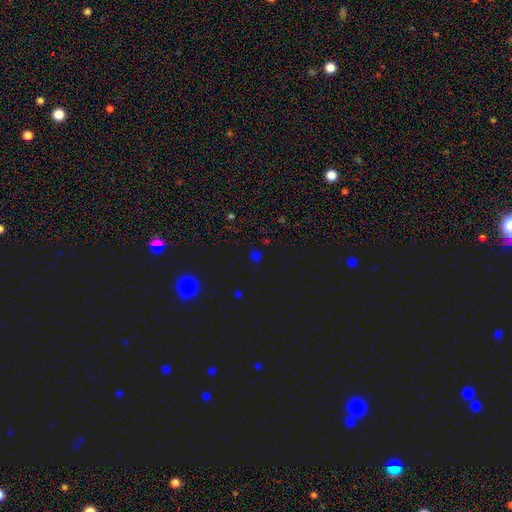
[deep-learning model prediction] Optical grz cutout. It shows a smooth galaxy with no disk features (50%) that is round (82%). Merging: none (83%).